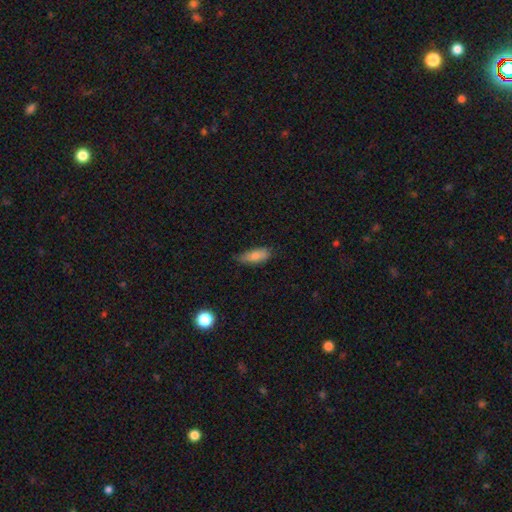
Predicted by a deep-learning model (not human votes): The model was most divided on "merging": none: 65%, minor disturbance: 28%, major disturbance: 5%, merger: 2%. More confident: smooth or featured — smooth (80%); how rounded — in between (71%).